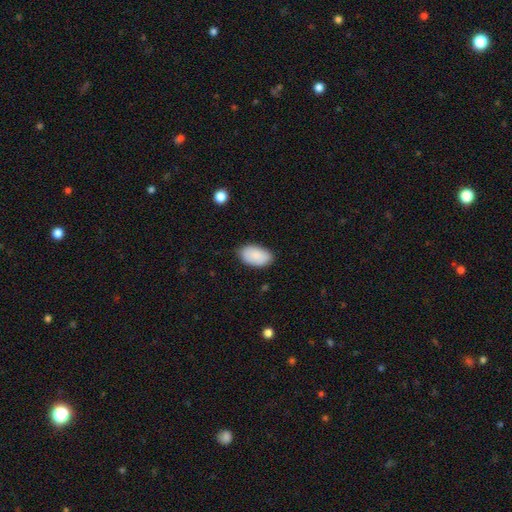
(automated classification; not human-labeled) Morphology: type=smooth (84%); roundness=in between (94%); merging=none (80%).